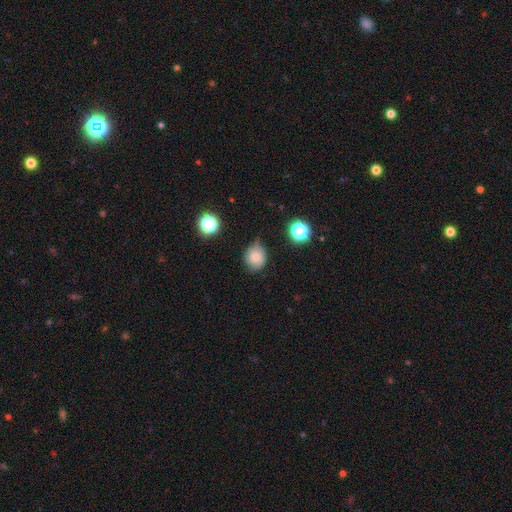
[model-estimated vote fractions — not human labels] Smooth or featured: smooth — 78% (star or artifact — 12%)
How rounded: round — 78% (in between — 21%)
Merging: none — 62% (minor disturbance — 30%)